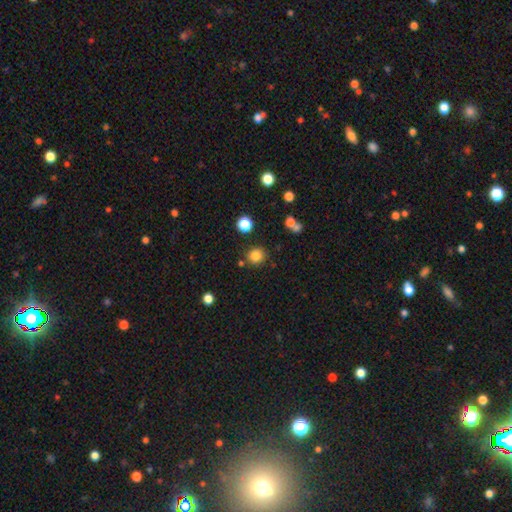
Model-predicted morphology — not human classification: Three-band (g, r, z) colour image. It shows a smooth galaxy with no disk features (82%) that is round (89%). Merging: none (83%).